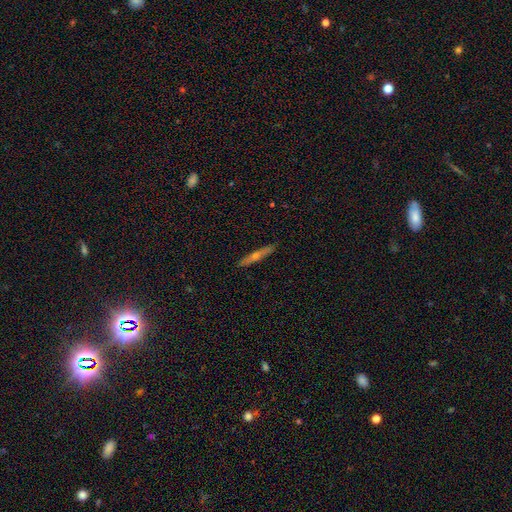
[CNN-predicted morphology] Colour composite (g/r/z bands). It shows a featured or disk galaxy (60%) viewed edge-on (95%) with a rounded central bulge (83%). Merging: none (91%).